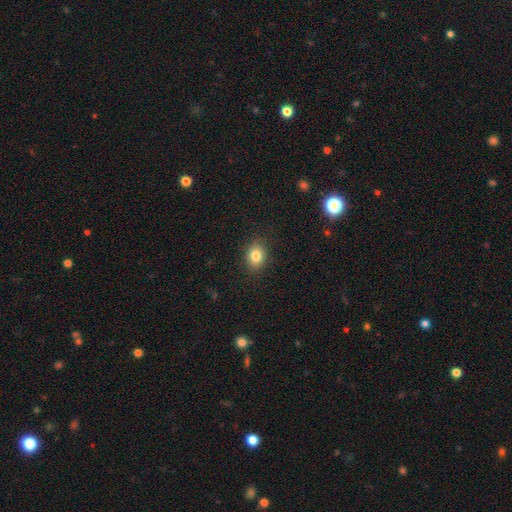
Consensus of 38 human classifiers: smooth_or_featured: smooth (p=0.89) [alt: featured or disk p=0.11]
how_rounded: round (p=0.53) [alt: in between p=0.47]
merging: none (p=0.74) [alt: minor disturbance p=0.26]